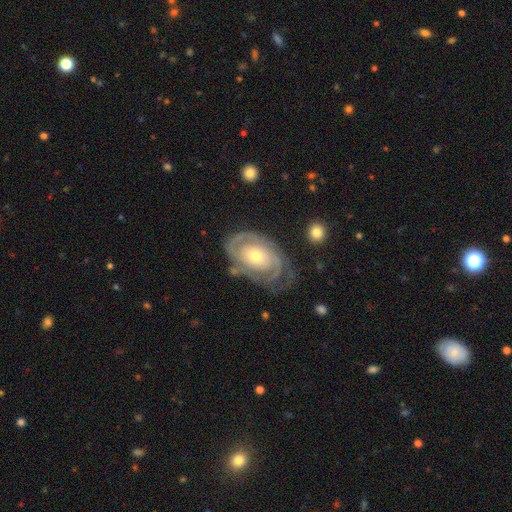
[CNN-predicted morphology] This appears to be a featured or disk galaxy (83%) with no bar (78%), 2 (40%) tight (70%) spiral arms (89%) and a moderate central bulge (57%). Merging: none (63%).